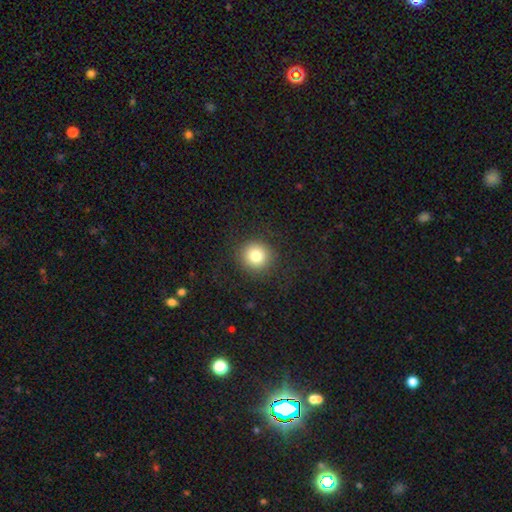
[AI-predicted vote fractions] Smooth or featured?
  - smooth: 80% *
  - star or artifact: 12%
  - featured or disk: 9%
How rounded?
  - round: 94% *
  - in between: 5%
  - cigar-shaped: 1%
Merging?
  - none: 89% *
  - minor disturbance: 6%
  - major disturbance: 4%
  - merger: 1%